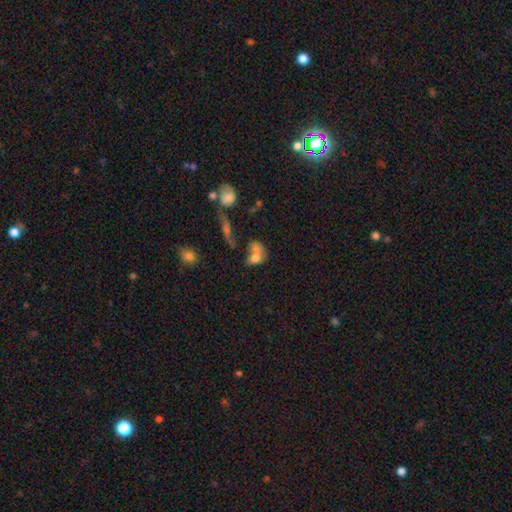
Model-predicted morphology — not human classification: This appears to be a smooth galaxy with no disk features (69%) that is in between round and cigar-shaped (67%). Merging: merger (57%).